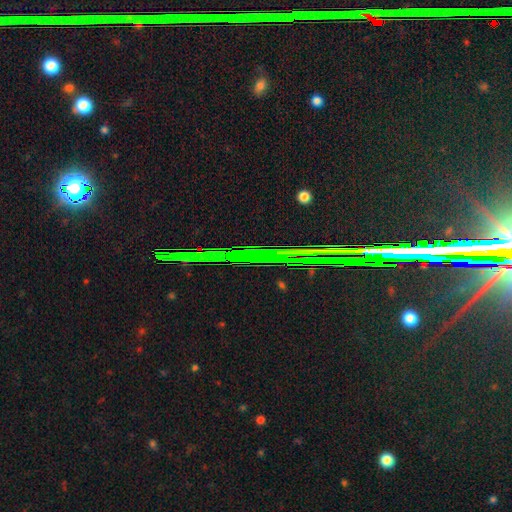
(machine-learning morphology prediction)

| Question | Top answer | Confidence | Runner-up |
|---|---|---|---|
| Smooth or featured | star or artifact | 82% | featured or disk (11%) |